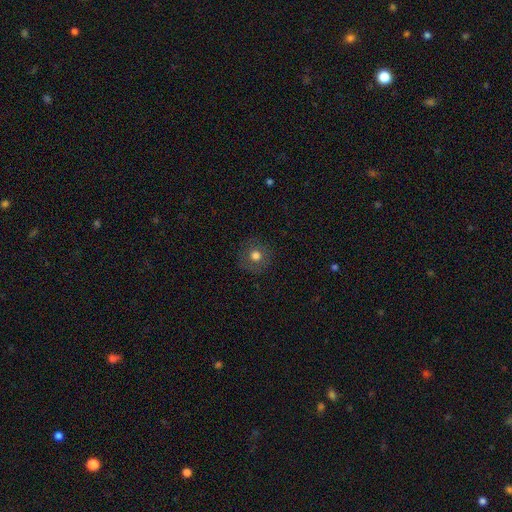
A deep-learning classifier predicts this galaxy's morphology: Q: Smooth or featured?
A: smooth (72%); runner-up: featured or disk (15%)
Q: How rounded?
A: round (93%); runner-up: in between (6%)
Q: Merging?
A: none (87%); runner-up: minor disturbance (9%)